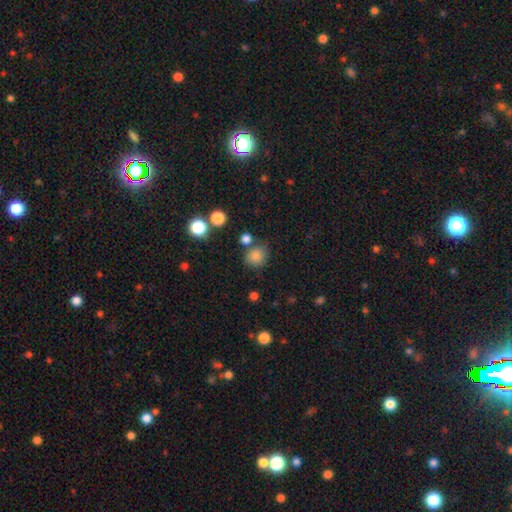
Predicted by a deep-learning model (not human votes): A smooth galaxy with no disk features (82%) that is round (80%). Merging: none (73%).